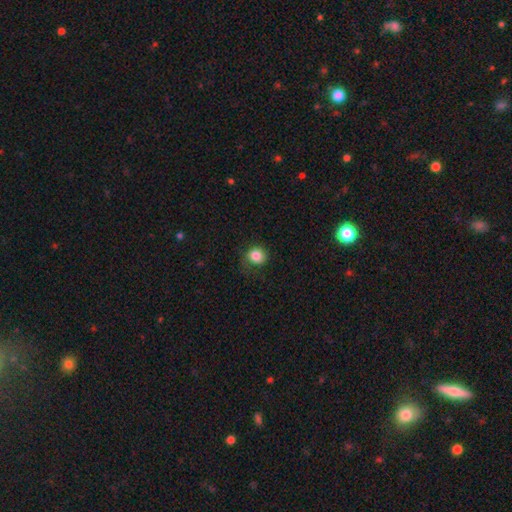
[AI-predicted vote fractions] smooth-or-featured: smooth: 84% | star or artifact: 11% | featured or disk: 5%
  how-rounded: round: 82% | in between: 17% | cigar-shaped: 1%
  merging: none: 73% | minor disturbance: 19% | major disturbance: 7% | merger: 1%